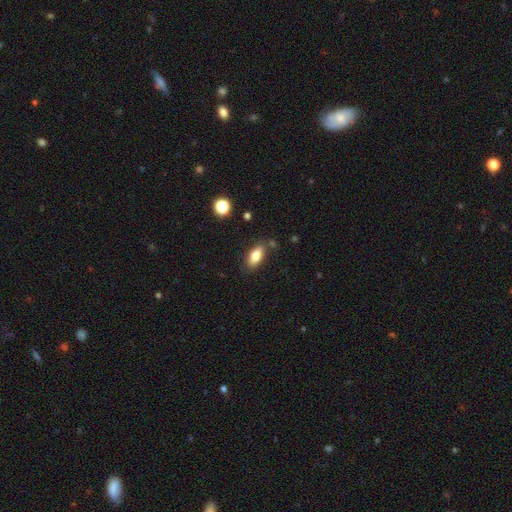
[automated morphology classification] This is clearly a smooth galaxy (82%). How rounded: clearly in between (88%). Merging: likely none (78%).